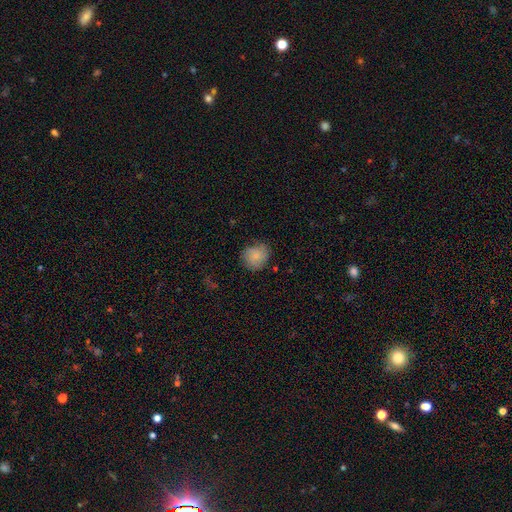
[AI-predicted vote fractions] This is likely a smooth galaxy (79%). How rounded: clearly round (80%). Merging: likely none (71%).